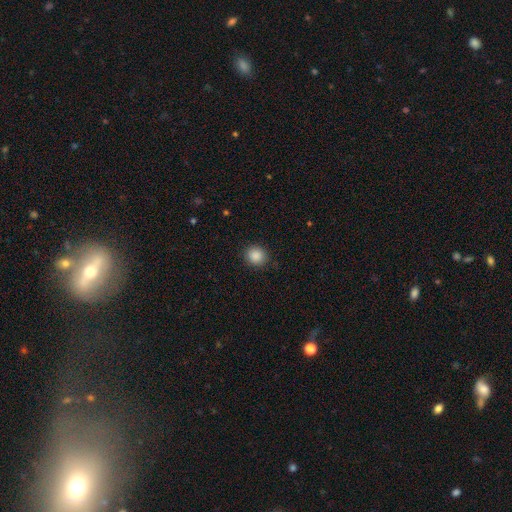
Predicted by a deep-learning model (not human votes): A smooth galaxy with no disk features (88%) that is round (88%). Merging: none (90%).